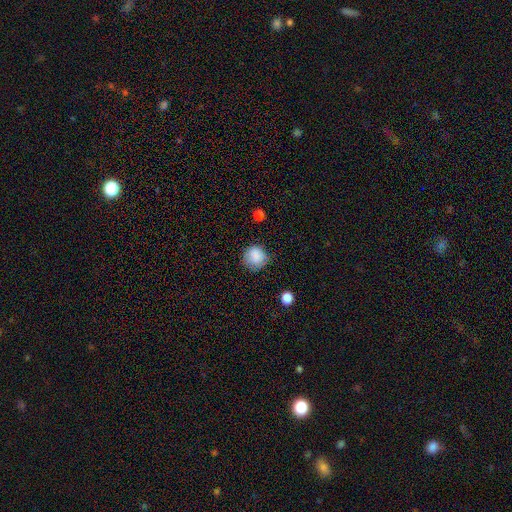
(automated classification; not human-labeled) Q: Smooth or featured?
A: smooth (84%); runner-up: star or artifact (9%)
Q: How rounded?
A: round (89%); runner-up: in between (10%)
Q: Merging?
A: none (73%); runner-up: minor disturbance (20%)